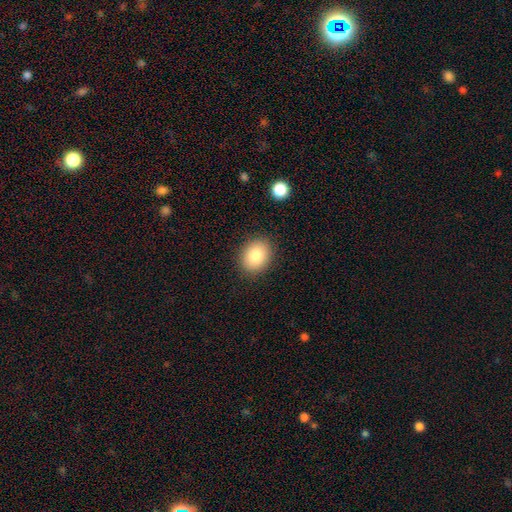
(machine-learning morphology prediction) Smooth or featured? smooth (82%)
How rounded? round (50%)
Merging? none (88%)